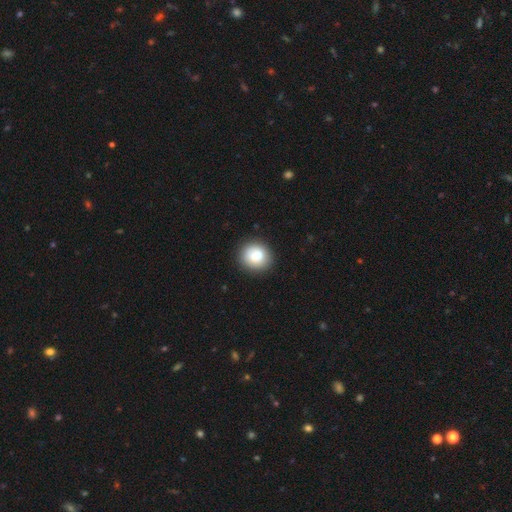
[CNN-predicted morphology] smooth 78%, featured or disk 14%, star or artifact 9%. Down the decision tree: how rounded — round (85%); merging — none (82%).